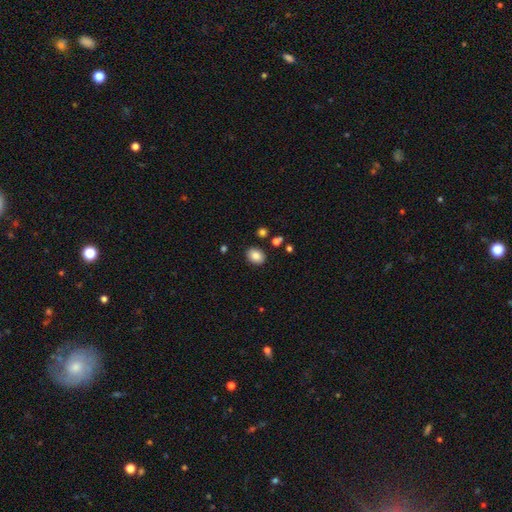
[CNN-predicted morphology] Smooth or featured? smooth (85%)
How rounded? in between (61%)
Merging? none (87%)